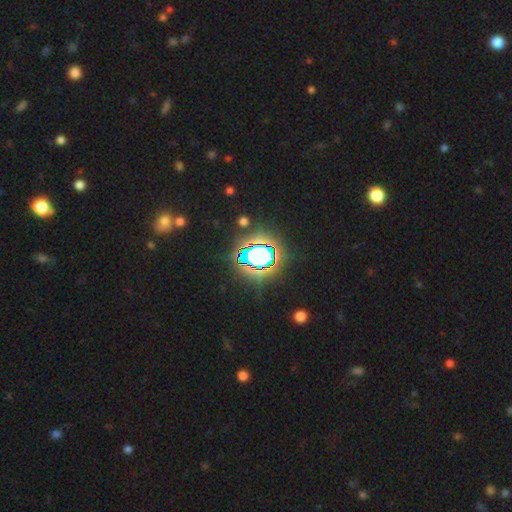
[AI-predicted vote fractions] The model was most divided on "smooth or featured": star or artifact: 71%, smooth: 17%, featured or disk: 12%.